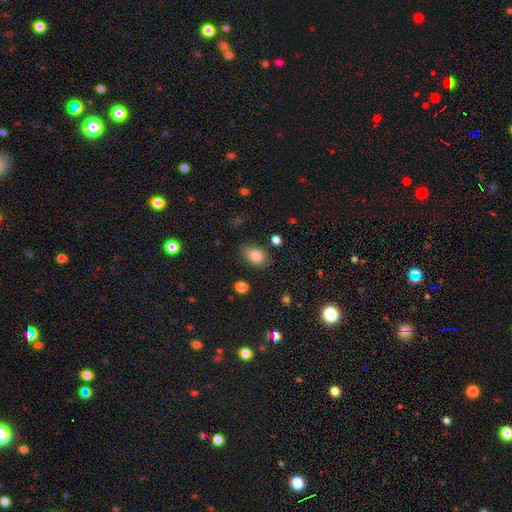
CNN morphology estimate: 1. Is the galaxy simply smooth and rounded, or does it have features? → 83% smooth, 9% featured or disk, 8% star or artifact.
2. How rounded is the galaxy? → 84% in between, 14% round, 2% cigar-shaped.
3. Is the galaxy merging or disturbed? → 73% none, 20% minor disturbance, 5% major disturbance, 2% merger.